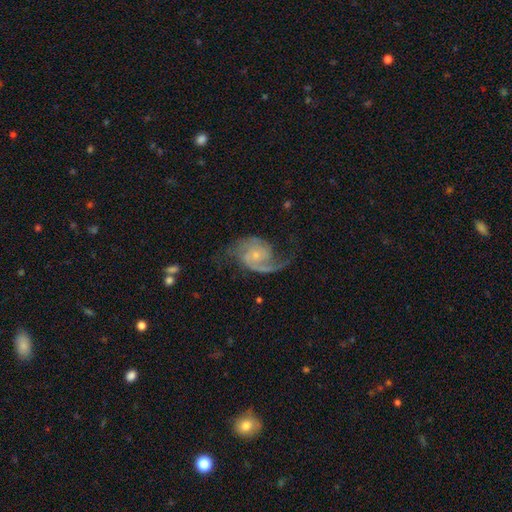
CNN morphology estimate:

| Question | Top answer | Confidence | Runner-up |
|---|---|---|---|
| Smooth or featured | featured or disk | 90% | smooth (5%) |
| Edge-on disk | no | 98% | yes (2%) |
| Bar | no | 69% | weak (26%) |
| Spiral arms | yes | 97% | no (3%) |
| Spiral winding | medium | 51% | loose (29%) |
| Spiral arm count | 2 | 84% | 1 (7%) |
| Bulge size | small | 71% | moderate (23%) |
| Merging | none | 64% | minor disturbance (18%) |